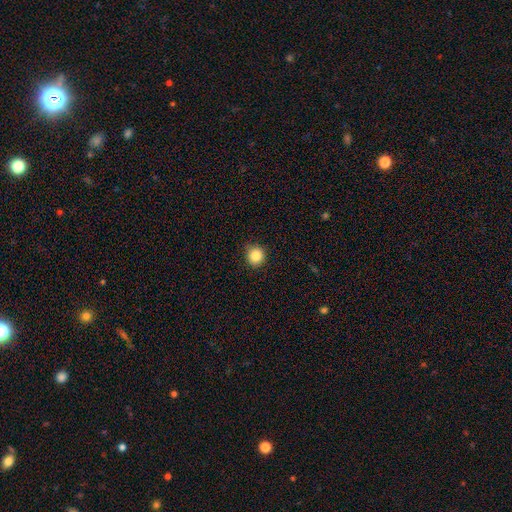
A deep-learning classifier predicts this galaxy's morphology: Overall: smooth (86%). How rounded: round (92%). Merging: none (86%).